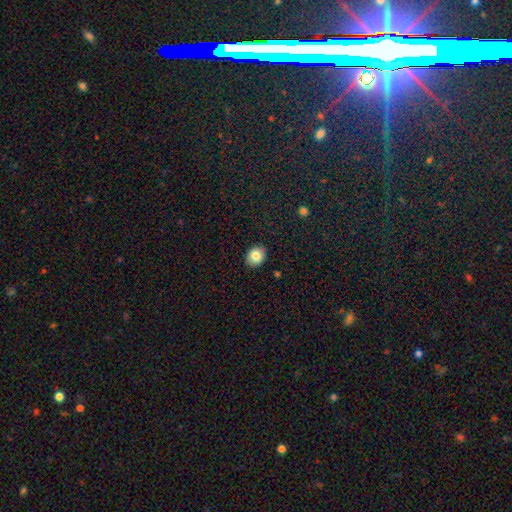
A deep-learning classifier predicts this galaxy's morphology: A smooth galaxy with no disk features (83%) that is round (54%).

Vote fractions:
- Smooth or featured? smooth: 83% / star or artifact: 9% / featured or disk: 8%
- How rounded? round: 54% / in between: 45% / cigar-shaped: 1%
- Merging? none: 89% / minor disturbance: 8% / major disturbance: 2% / merger: 1%